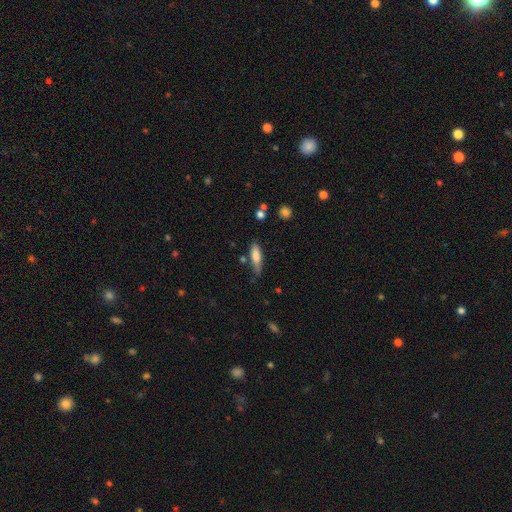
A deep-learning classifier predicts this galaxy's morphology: A smooth galaxy with no disk features (76%) that is cigar-shaped (54%).

Vote fractions:
- Smooth or featured? smooth: 76% / featured or disk: 17% / star or artifact: 7%
- How rounded? cigar-shaped: 54% / in between: 45% / round: 2%
- Merging? none: 60% / minor disturbance: 28% / major disturbance: 7% / merger: 5%